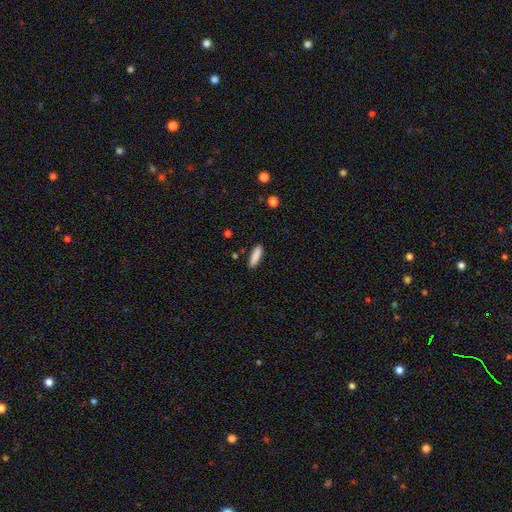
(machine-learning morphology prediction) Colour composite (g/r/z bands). It shows a smooth galaxy with no disk features (88%) that is cigar-shaped (55%). Merging: none (85%).